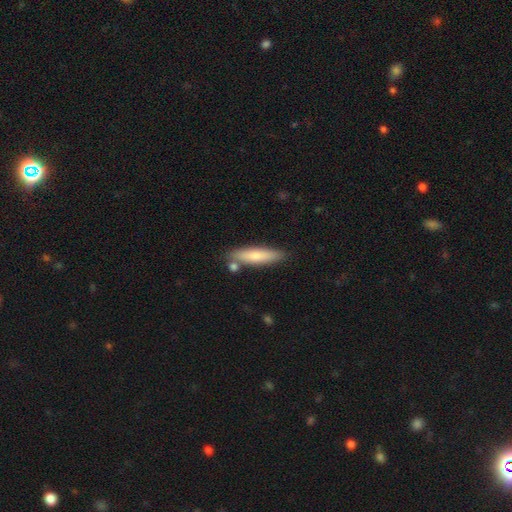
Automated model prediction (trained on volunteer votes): Smooth or featured? Predicted: smooth (p=0.71). How rounded? Predicted: cigar-shaped (p=0.82). Merging? Predicted: none (p=0.78).